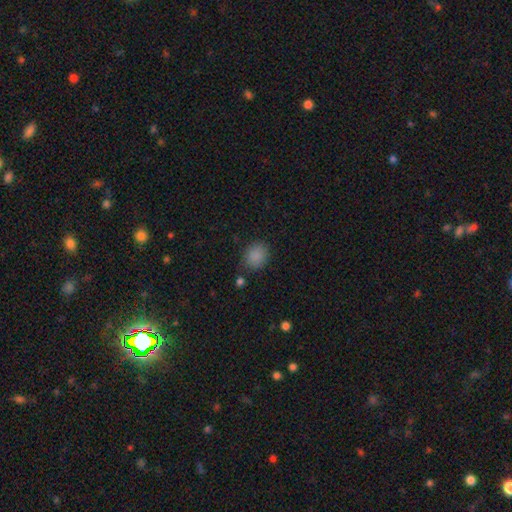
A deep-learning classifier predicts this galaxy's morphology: Overall: smooth (86%). How rounded: round (70%). Merging: none (81%).